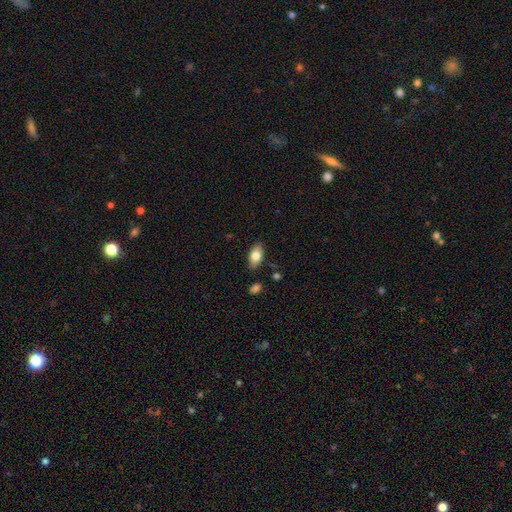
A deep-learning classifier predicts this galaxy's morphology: Smooth or featured? Predicted: smooth (p=0.79). How rounded? Predicted: in between (p=0.91). Merging? Predicted: none (p=0.84).